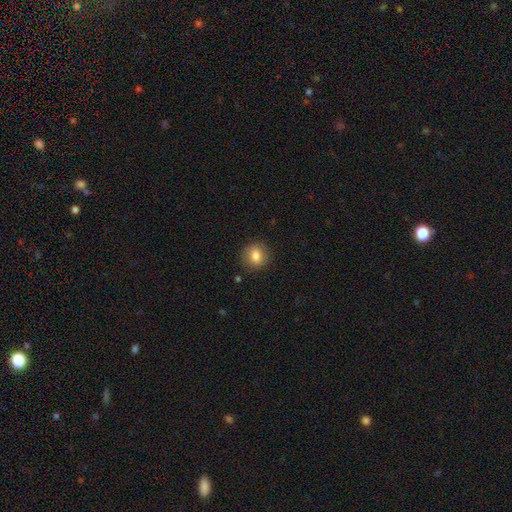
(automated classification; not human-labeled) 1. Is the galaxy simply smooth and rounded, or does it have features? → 81% smooth, 10% featured or disk, 9% star or artifact.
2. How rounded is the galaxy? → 78% round, 21% in between, 1% cigar-shaped.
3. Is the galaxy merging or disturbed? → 86% none, 10% minor disturbance, 3% major disturbance, 1% merger.